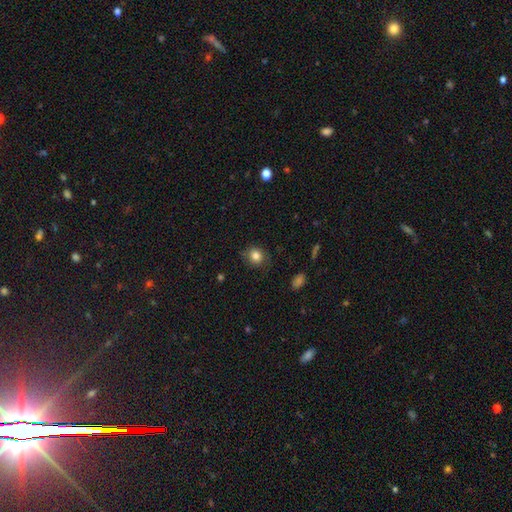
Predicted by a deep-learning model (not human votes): smooth_or_featured: smooth (p=0.83) [alt: star or artifact p=0.10]
how_rounded: round (p=0.77) [alt: in between p=0.22]
merging: none (p=0.79) [alt: minor disturbance p=0.16]